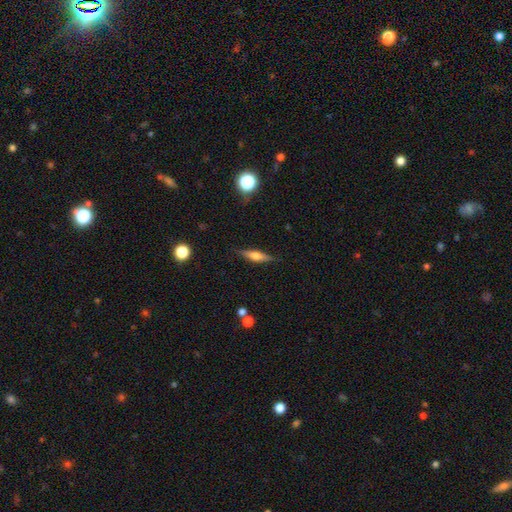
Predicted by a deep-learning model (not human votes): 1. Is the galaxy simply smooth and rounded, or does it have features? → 47% smooth, 46% featured or disk, 8% star or artifact.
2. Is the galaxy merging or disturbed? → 85% none, 11% minor disturbance, 2% major disturbance, 2% merger.